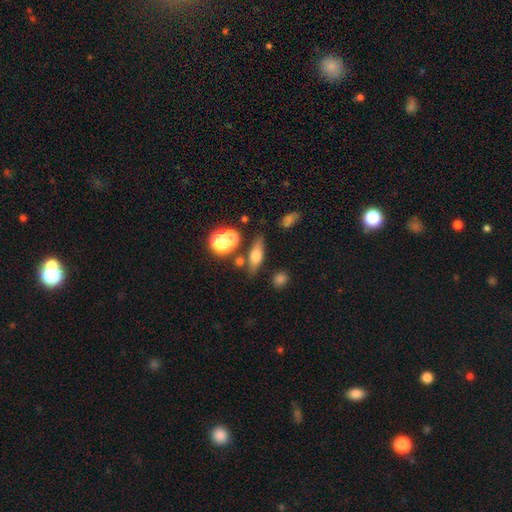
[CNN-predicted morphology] The model was most divided on "how rounded": in between: 47%, cigar-shaped: 39%, round: 13%. More confident: merging — none (72%); smooth or featured — smooth (53%).